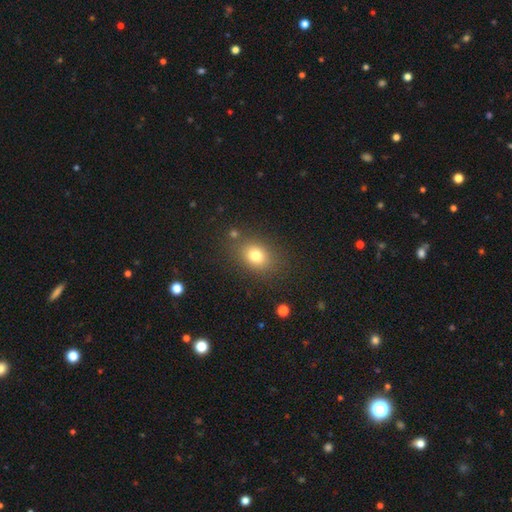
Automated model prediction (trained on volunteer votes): This is likely a smooth galaxy (78%). How rounded: possibly in between (56%). Merging: clearly none (80%).